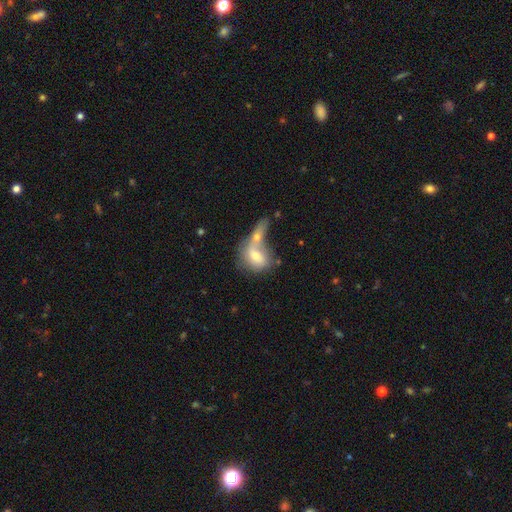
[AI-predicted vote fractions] Smooth or featured? Predicted: smooth (p=0.62). How rounded? Predicted: in between (p=0.56). Merging? Predicted: merger (p=0.64).